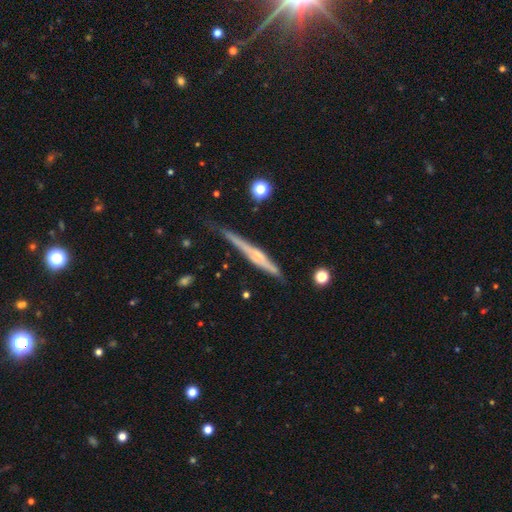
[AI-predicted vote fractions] A featured or disk galaxy (66%) viewed edge-on (96%) with a rounded central bulge (45%).

Vote fractions:
- Smooth or featured? featured or disk: 66% / smooth: 28% / star or artifact: 7%
- Edge-on disk? yes: 96% / no: 4%
- Edge-on bulge? rounded: 45% / none: 40% / boxy: 15%
- Merging? none: 70% / minor disturbance: 22% / major disturbance: 5% / merger: 3%